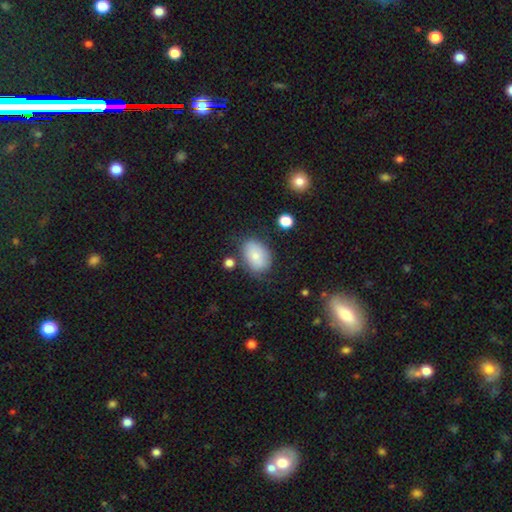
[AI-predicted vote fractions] Smooth or featured?
  - smooth: 76% *
  - featured or disk: 15%
  - star or artifact: 8%
How rounded?
  - in between: 78% *
  - round: 21%
  - cigar-shaped: 1%
Merging?
  - none: 68% *
  - minor disturbance: 20%
  - major disturbance: 7%
  - merger: 5%